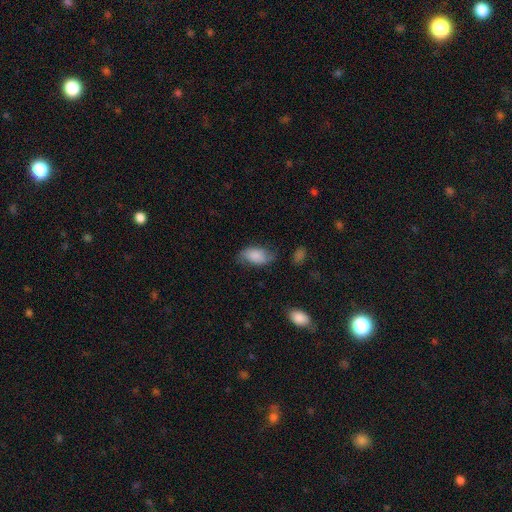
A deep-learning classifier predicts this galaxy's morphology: Smooth or featured? smooth (74%)
How rounded? in between (93%)
Merging? none (59%)